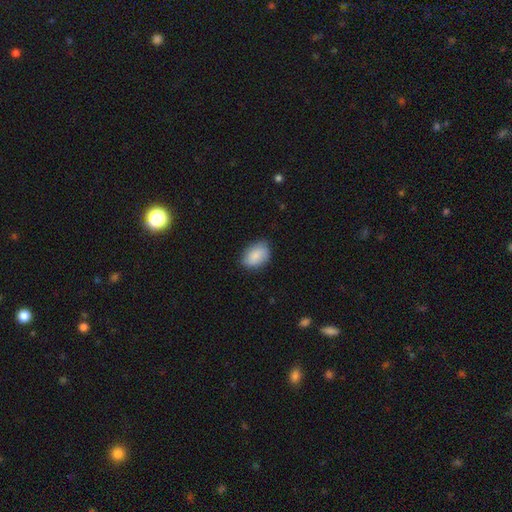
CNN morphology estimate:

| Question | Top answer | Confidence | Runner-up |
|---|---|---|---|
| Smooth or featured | smooth | 86% | featured or disk (8%) |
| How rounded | in between | 86% | round (13%) |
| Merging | none | 76% | minor disturbance (19%) |